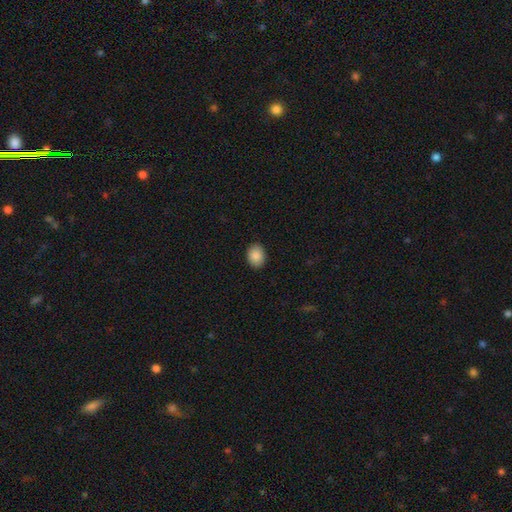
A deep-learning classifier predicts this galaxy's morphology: Overall: smooth (89%). How rounded: in between (62%; round 37%). Merging: none (90%).